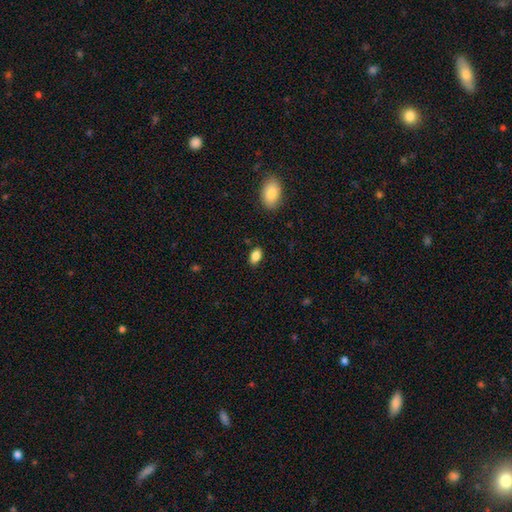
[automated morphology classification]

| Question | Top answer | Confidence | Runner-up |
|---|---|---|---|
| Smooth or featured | smooth | 86% | star or artifact (8%) |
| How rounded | in between | 89% | round (8%) |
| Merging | none | 86% | minor disturbance (10%) |